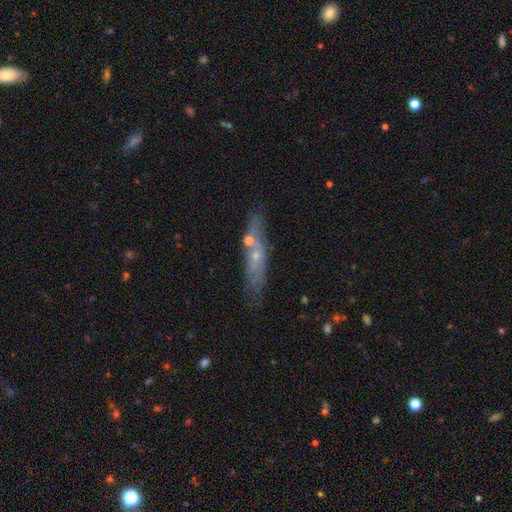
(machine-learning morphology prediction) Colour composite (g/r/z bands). It shows a featured or disk galaxy (50%) viewed edge-on (56%). Merging: none (70%).